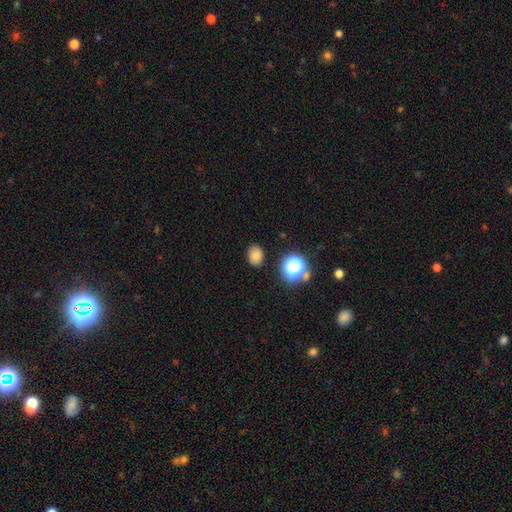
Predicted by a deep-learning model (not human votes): Smooth or featured? Predicted: smooth (p=0.78). How rounded? Predicted: in between (p=0.60). Merging? Predicted: none (p=0.86).